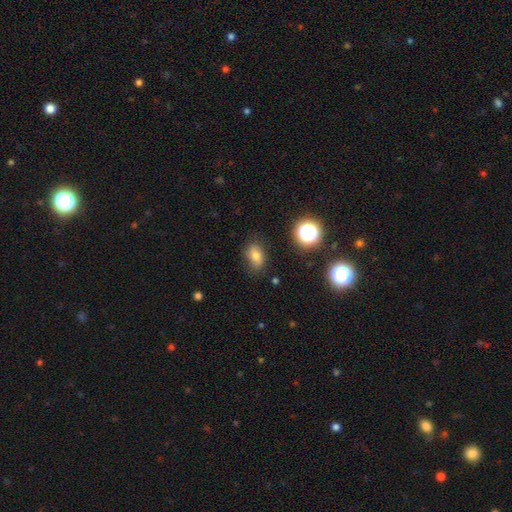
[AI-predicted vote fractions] Smooth or featured?
  - smooth: 73% *
  - star or artifact: 15%
  - featured or disk: 12%
How rounded?
  - in between: 80% *
  - round: 18%
  - cigar-shaped: 2%
Merging?
  - none: 75% *
  - minor disturbance: 19%
  - major disturbance: 5%
  - merger: 2%